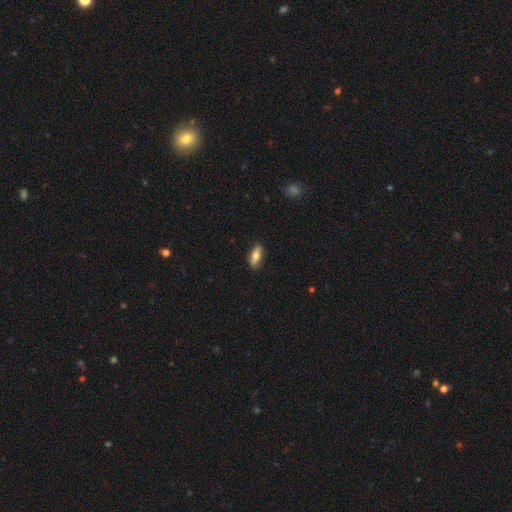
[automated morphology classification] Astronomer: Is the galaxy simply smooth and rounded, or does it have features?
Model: smooth — 71%.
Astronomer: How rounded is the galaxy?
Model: in between — 74%.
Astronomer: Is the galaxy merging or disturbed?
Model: none — 87%.